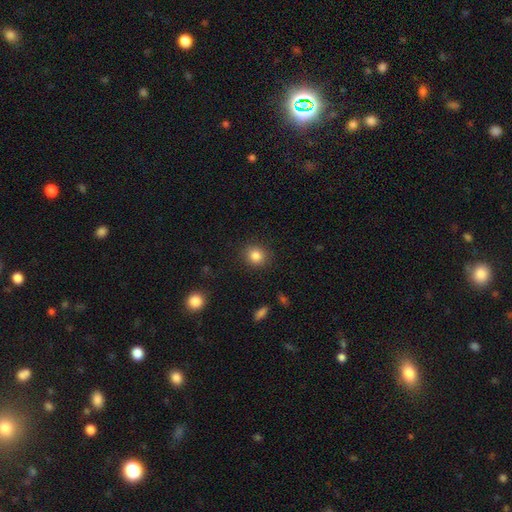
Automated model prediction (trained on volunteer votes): Smooth or featured? smooth (84%)
How rounded? round (82%)
Merging? none (88%)